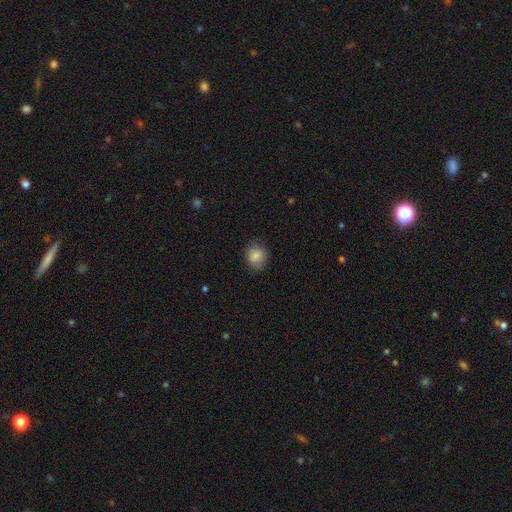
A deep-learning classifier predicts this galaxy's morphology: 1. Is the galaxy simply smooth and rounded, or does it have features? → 85% smooth, 9% star or artifact, 6% featured or disk.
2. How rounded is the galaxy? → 71% round, 28% in between, 1% cigar-shaped.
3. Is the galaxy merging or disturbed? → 79% none, 16% minor disturbance, 4% major disturbance, 1% merger.